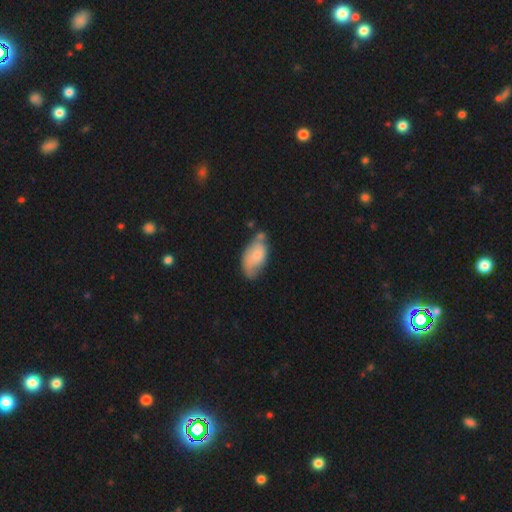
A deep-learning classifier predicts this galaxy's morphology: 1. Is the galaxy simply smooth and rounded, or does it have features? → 66% smooth, 28% featured or disk, 7% star or artifact.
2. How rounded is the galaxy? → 94% in between, 4% round, 3% cigar-shaped.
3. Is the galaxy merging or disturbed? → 40% none, 35% minor disturbance, 13% merger, 11% major disturbance.